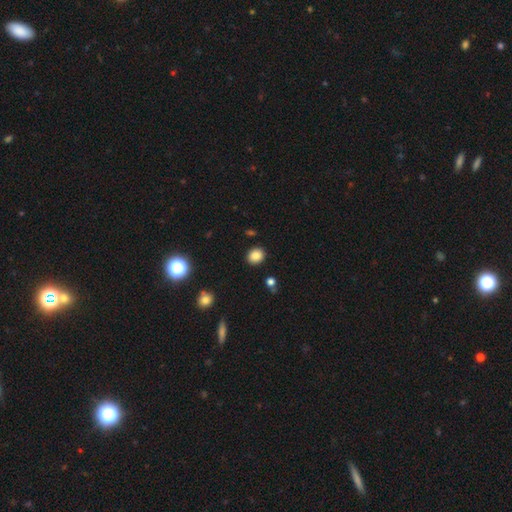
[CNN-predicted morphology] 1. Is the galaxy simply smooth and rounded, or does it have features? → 84% smooth, 11% star or artifact, 5% featured or disk.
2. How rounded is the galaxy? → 64% round, 35% in between, 1% cigar-shaped.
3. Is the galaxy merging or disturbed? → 89% none, 7% minor disturbance, 2% major disturbance, 2% merger.